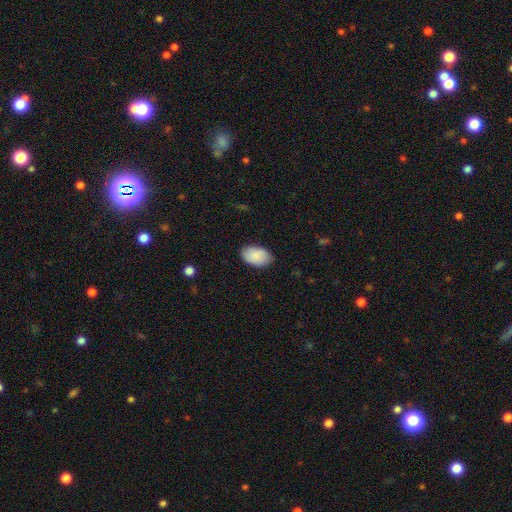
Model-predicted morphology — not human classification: This is clearly a smooth galaxy (89%). How rounded: clearly in between (92%). Merging: clearly none (84%).